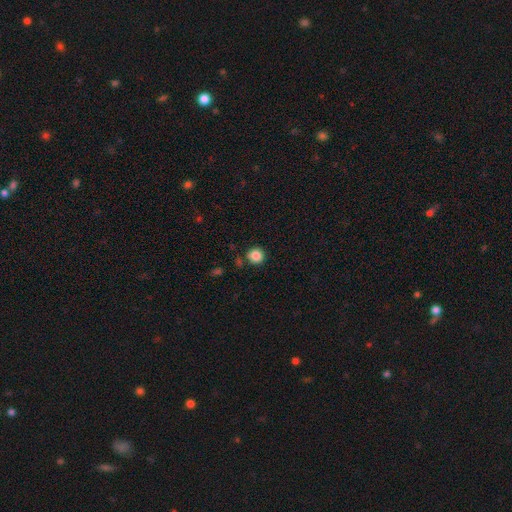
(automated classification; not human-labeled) A smooth galaxy with no disk features (86%) that is round (94%).

Vote fractions:
- Smooth or featured? smooth: 86% / star or artifact: 10% / featured or disk: 4%
- How rounded? round: 94% / in between: 5% / cigar-shaped: 1%
- Merging? none: 86% / minor disturbance: 7% / merger: 4% / major disturbance: 2%